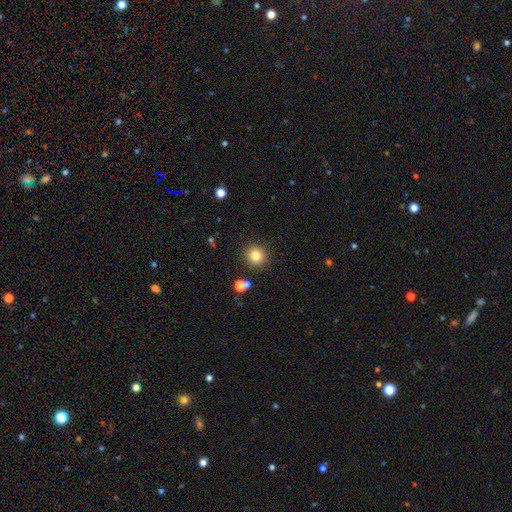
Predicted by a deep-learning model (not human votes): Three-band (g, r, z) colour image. It shows a smooth galaxy with no disk features (81%) that is round (90%). Merging: none (87%).